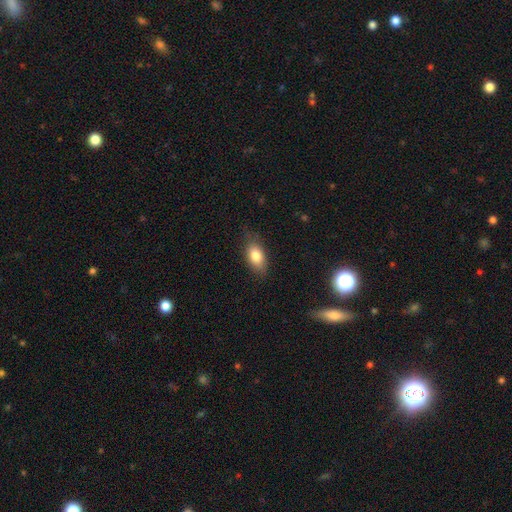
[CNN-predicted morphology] A smooth galaxy with no disk features (80%) that is in between round and cigar-shaped (86%). Merging: none (77%).